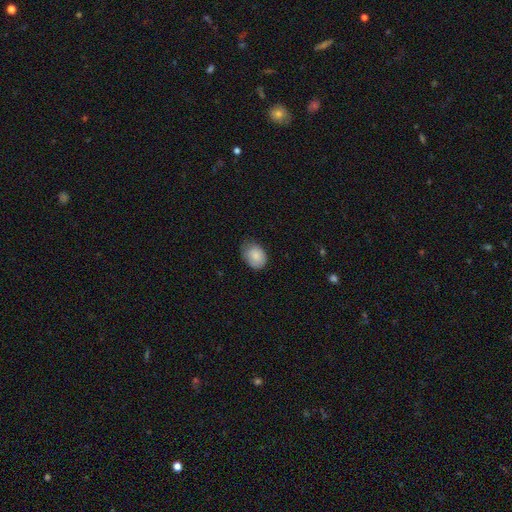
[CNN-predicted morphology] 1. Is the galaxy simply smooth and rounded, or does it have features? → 84% smooth, 9% featured or disk, 7% star or artifact.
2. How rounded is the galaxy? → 71% in between, 28% round, 1% cigar-shaped.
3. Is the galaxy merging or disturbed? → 60% none, 32% minor disturbance, 6% major disturbance, 1% merger.